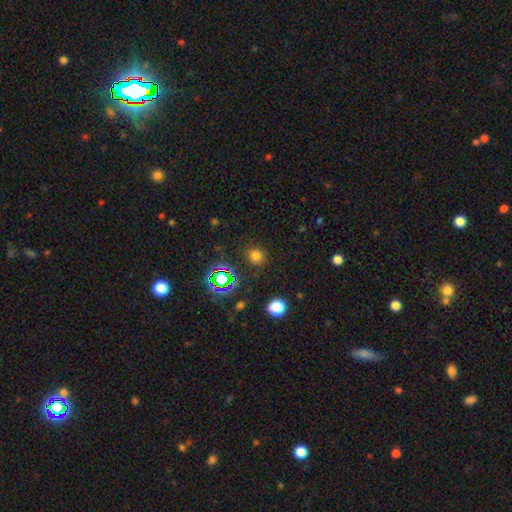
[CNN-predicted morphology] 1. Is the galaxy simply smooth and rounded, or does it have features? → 71% smooth, 24% star or artifact, 6% featured or disk.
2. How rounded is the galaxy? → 87% round, 12% in between, 1% cigar-shaped.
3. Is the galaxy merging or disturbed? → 88% none, 7% minor disturbance, 3% major disturbance, 2% merger.